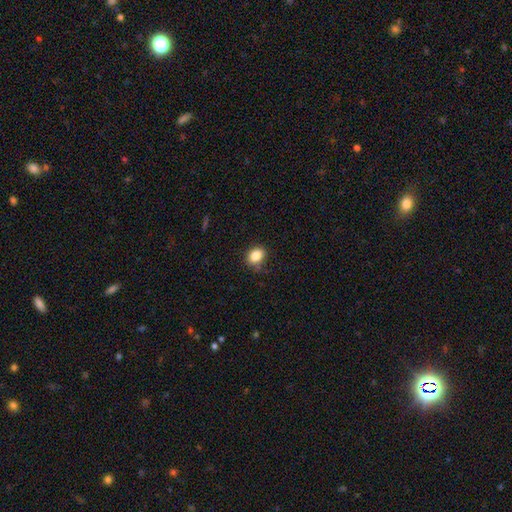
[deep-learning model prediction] Morphology: type=smooth (85%); roundness=in between (64%); merging=none (77%).